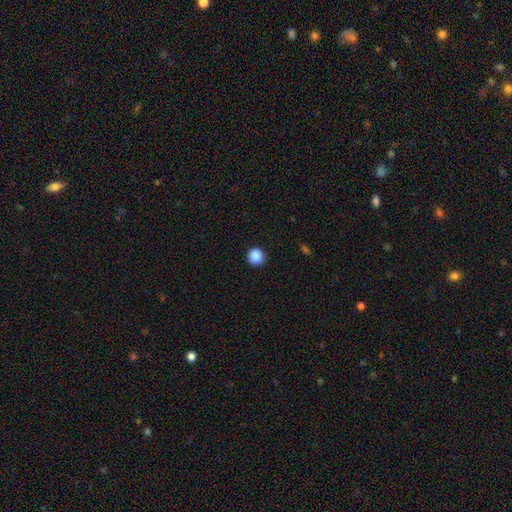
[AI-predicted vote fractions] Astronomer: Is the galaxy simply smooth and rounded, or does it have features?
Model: smooth — 88%.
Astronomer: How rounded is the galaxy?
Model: round — 93%.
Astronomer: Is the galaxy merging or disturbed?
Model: none — 88%.